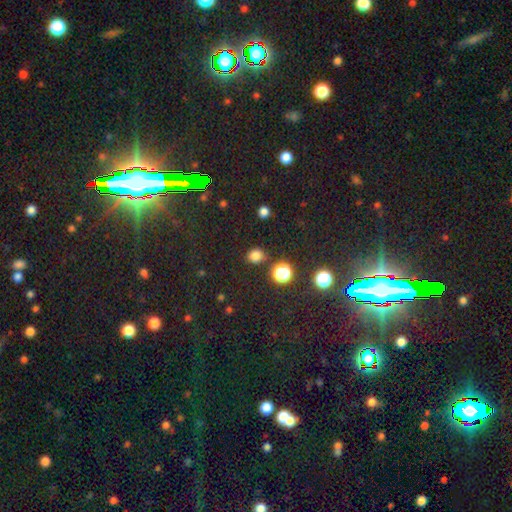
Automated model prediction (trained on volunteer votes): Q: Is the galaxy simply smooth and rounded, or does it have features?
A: smooth — 78%.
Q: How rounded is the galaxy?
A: round — 77%.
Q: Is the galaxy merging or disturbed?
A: none — 83%.